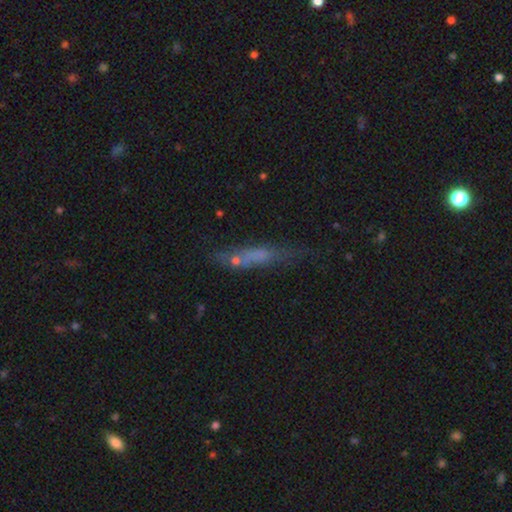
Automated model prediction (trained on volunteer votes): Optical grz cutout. It shows a smooth galaxy with no disk features (52%) that is cigar-shaped (76%). Merging: none (48%).